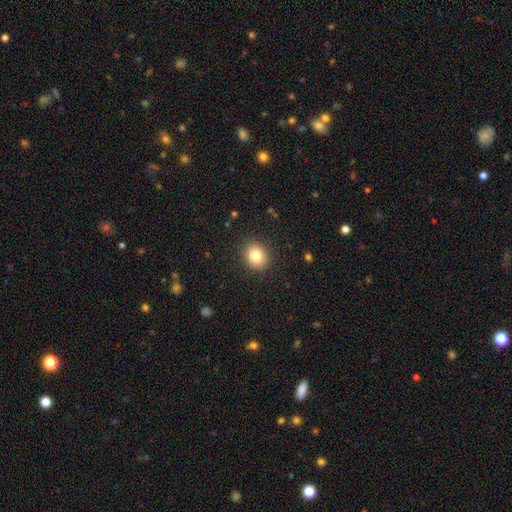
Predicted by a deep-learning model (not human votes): smooth_or_featured: smooth (p=0.81) [alt: star or artifact p=0.10]
how_rounded: round (p=0.69) [alt: in between p=0.31]
merging: none (p=0.90) [alt: minor disturbance p=0.07]